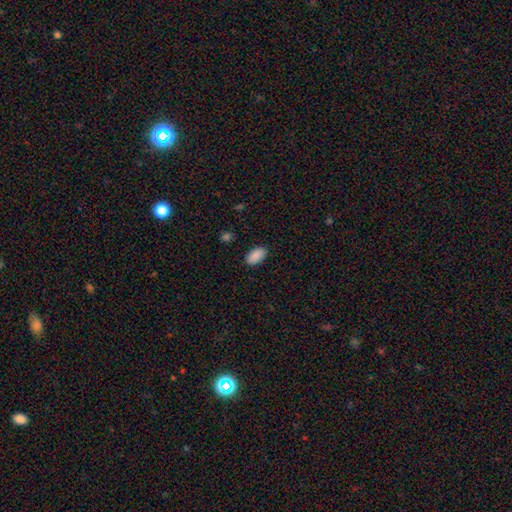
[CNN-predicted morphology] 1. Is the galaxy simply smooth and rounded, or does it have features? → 90% smooth, 7% star or artifact, 3% featured or disk.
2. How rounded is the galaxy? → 95% in between, 3% round, 2% cigar-shaped.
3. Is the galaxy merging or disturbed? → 89% none, 8% minor disturbance, 2% major disturbance, 1% merger.